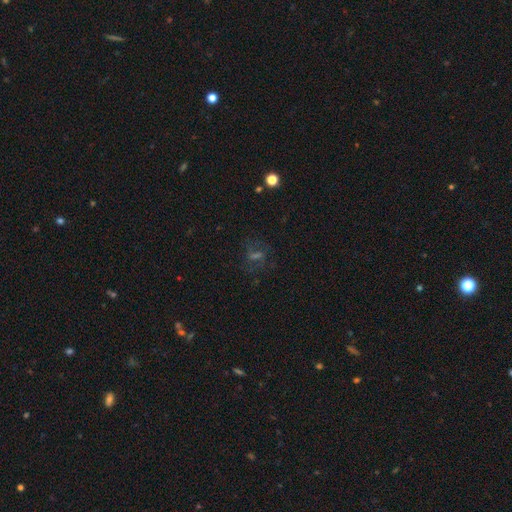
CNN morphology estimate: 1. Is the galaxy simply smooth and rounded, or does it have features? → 36% featured or disk, 33% star or artifact, 30% smooth.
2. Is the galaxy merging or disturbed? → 70% none, 15% minor disturbance, 13% major disturbance, 2% merger.